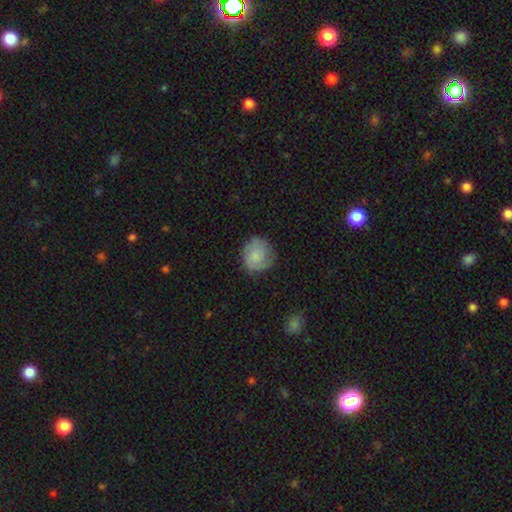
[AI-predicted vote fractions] Q: Smooth or featured?
A: smooth (61%); runner-up: featured or disk (32%)
Q: How rounded?
A: round (84%); runner-up: in between (15%)
Q: Merging?
A: none (73%); runner-up: minor disturbance (20%)